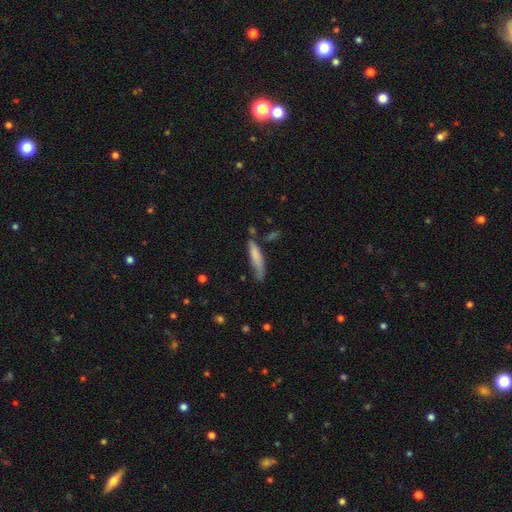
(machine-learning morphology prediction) A smooth galaxy with no disk features (75%) that is cigar-shaped (80%). Merging: none (53%).